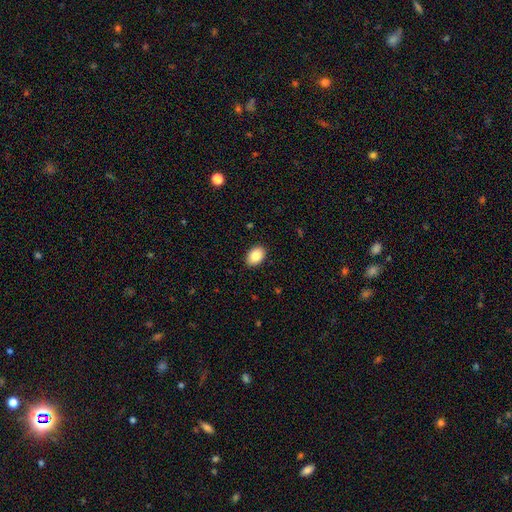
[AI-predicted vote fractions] Overall: smooth (87%). How rounded: in between (80%). Merging: none (90%).